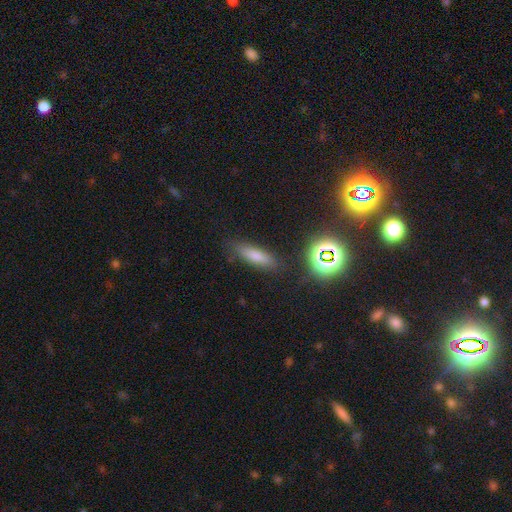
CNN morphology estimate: This is possibly a smooth galaxy (47%). Merging: clearly none (84%).